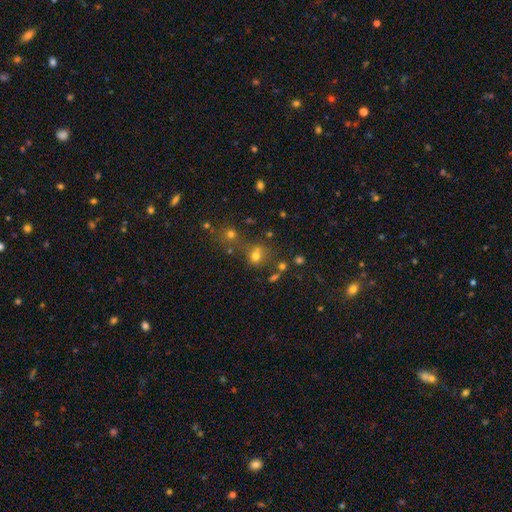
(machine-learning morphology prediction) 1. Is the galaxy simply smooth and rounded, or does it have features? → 67% smooth, 23% star or artifact, 11% featured or disk.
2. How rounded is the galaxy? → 79% round, 20% in between, 1% cigar-shaped.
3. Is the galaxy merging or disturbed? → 55% none, 25% merger, 12% minor disturbance, 7% major disturbance.